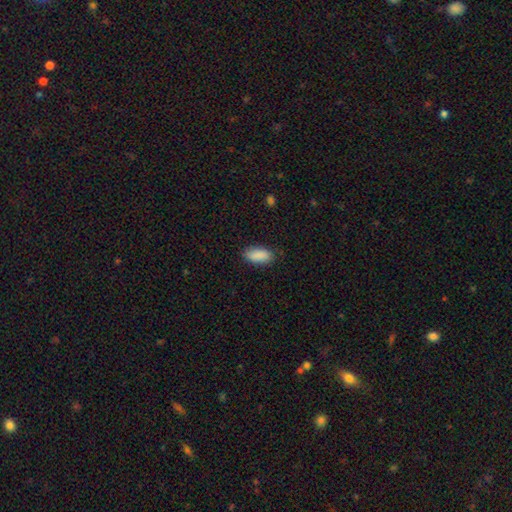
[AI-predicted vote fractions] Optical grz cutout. It shows a smooth galaxy with no disk features (89%) that is in between round and cigar-shaped (89%). Merging: none (83%).